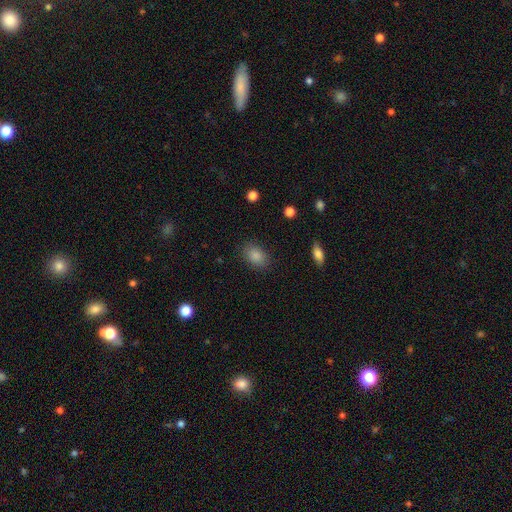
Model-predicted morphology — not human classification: The model was most divided on "how rounded": in between: 82%, round: 17%, cigar-shaped: 1%. More confident: smooth or featured — smooth (86%); merging — none (85%).